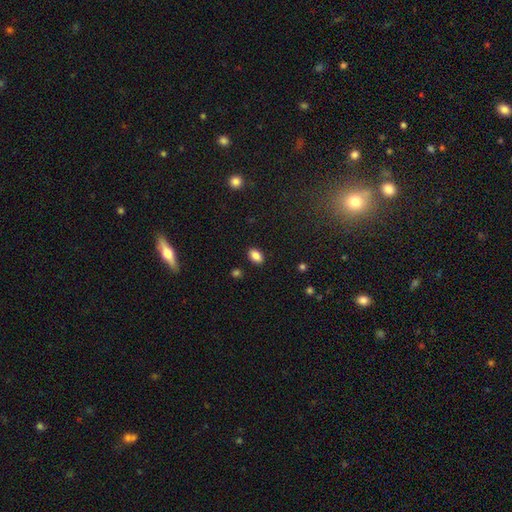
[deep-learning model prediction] smooth-or-featured: smooth: 86% | star or artifact: 9% | featured or disk: 5%
  how-rounded: in between: 88% | round: 11% | cigar-shaped: 2%
  merging: none: 87% | minor disturbance: 9% | major disturbance: 2% | merger: 2%